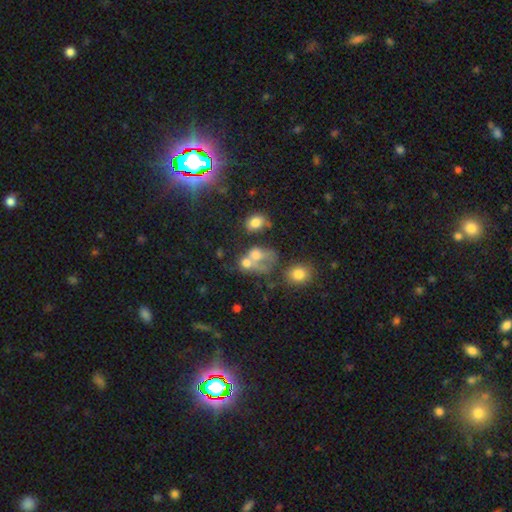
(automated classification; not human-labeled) This is possibly a smooth galaxy (56%). How rounded: possibly round (50%). Merging: possibly merger (49%).